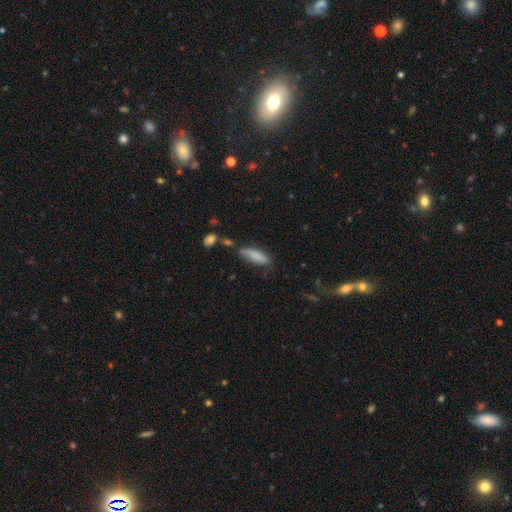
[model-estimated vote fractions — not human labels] This appears to be a smooth galaxy with no disk features (83%) that is cigar-shaped (57%). Merging: none (65%).